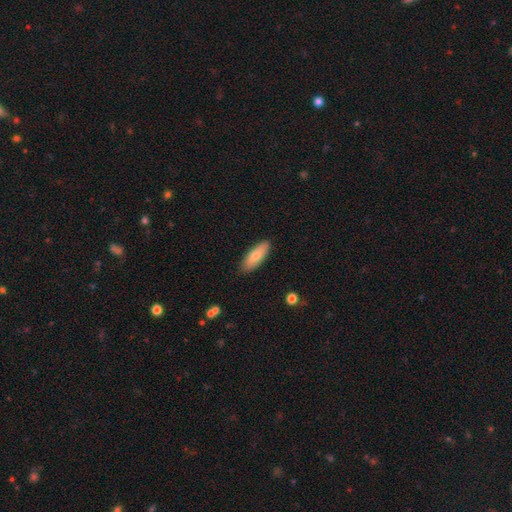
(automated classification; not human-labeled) A smooth galaxy with no disk features (75%) that is in between round and cigar-shaped (68%).

Vote fractions:
- Smooth or featured? smooth: 75% / featured or disk: 19% / star or artifact: 6%
- How rounded? in between: 68% / cigar-shaped: 30% / round: 2%
- Merging? none: 87% / minor disturbance: 10% / major disturbance: 2% / merger: 1%